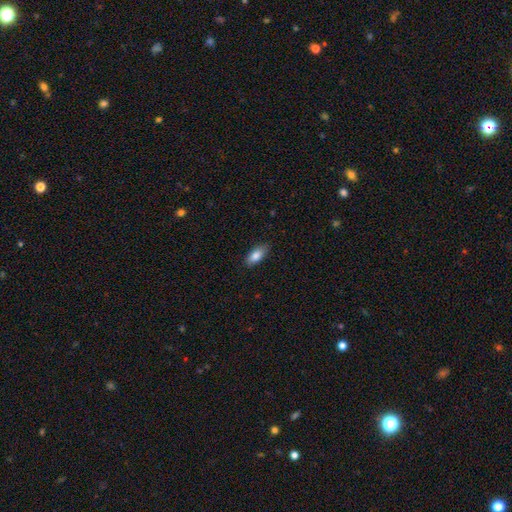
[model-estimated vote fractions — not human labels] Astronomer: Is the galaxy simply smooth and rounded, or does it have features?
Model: smooth — 84%.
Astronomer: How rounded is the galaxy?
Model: in between — 84%.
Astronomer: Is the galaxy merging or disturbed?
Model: none — 84%.